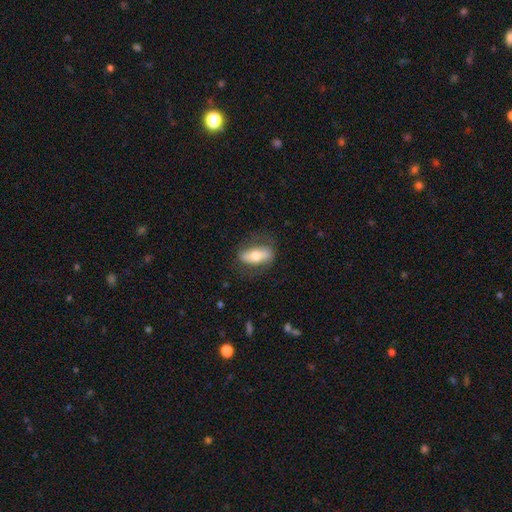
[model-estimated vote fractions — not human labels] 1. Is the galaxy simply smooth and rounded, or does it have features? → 55% smooth, 39% featured or disk, 6% star or artifact.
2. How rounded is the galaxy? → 80% in between, 15% cigar-shaped, 5% round.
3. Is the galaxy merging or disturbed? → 69% none, 19% minor disturbance, 9% major disturbance, 2% merger.